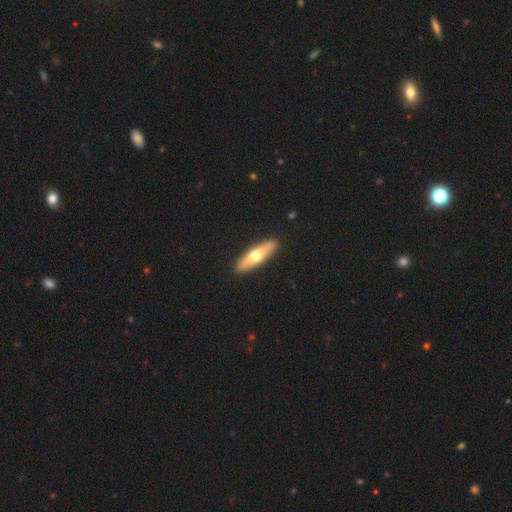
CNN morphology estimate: This is possibly a smooth galaxy (56%). How rounded: likely cigar-shaped (64%). Merging: clearly none (91%).